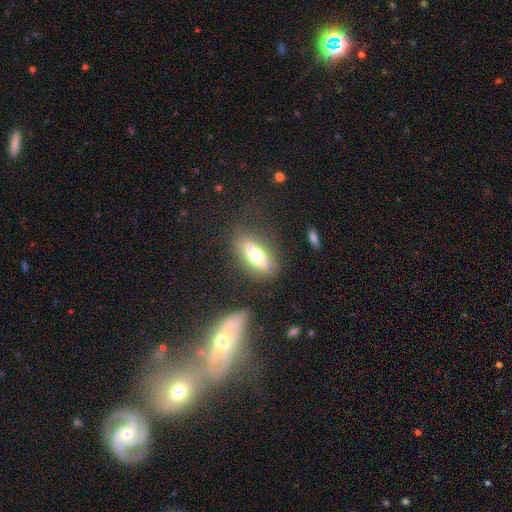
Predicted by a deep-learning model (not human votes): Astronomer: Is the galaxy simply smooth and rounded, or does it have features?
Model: smooth — 58% (runner-up: featured or disk, 33%).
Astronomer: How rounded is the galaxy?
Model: in between — 76%.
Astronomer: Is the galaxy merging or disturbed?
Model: none — 73%.